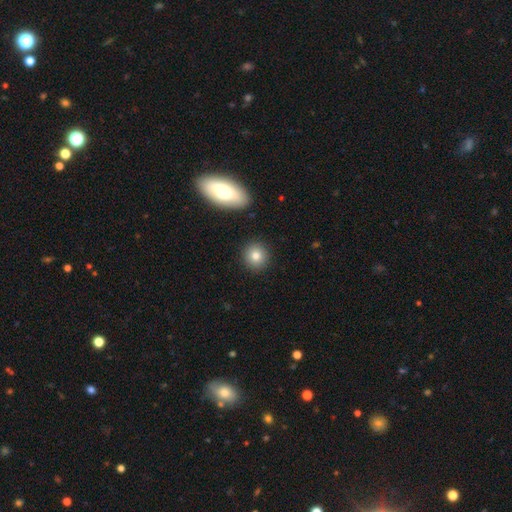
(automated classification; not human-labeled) Smooth or featured?
  - smooth: 81% *
  - star or artifact: 10%
  - featured or disk: 9%
How rounded?
  - round: 91% *
  - in between: 8%
  - cigar-shaped: 1%
Merging?
  - none: 90% *
  - minor disturbance: 6%
  - merger: 2%
  - major disturbance: 2%